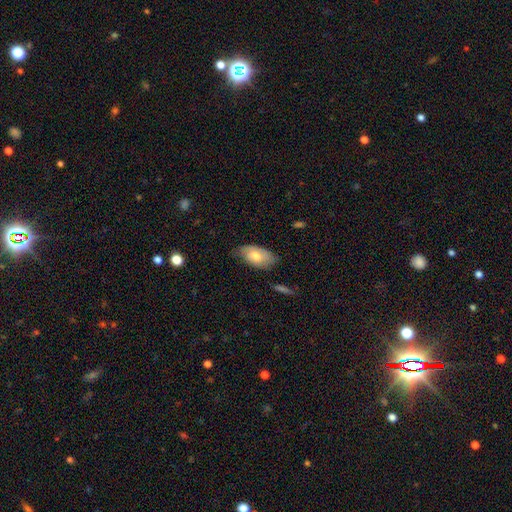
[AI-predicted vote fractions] smooth-or-featured: smooth: 67% | featured or disk: 27% | star or artifact: 6%
  how-rounded: in between: 93% | round: 4% | cigar-shaped: 3%
  merging: none: 63% | minor disturbance: 30% | major disturbance: 5% | merger: 2%